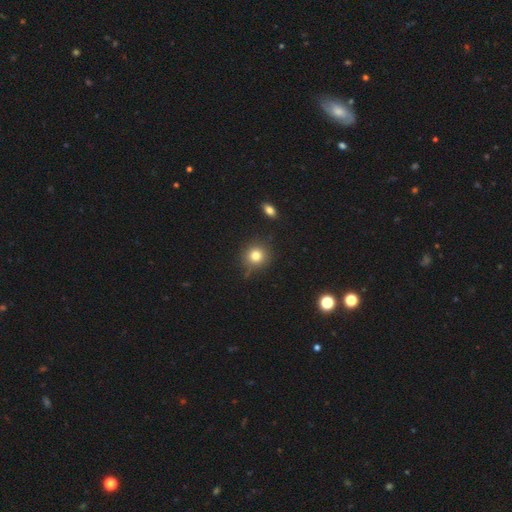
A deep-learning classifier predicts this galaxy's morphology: Smooth or featured? Predicted: smooth (p=0.80). How rounded? Predicted: round (p=0.89). Merging? Predicted: none (p=0.81).